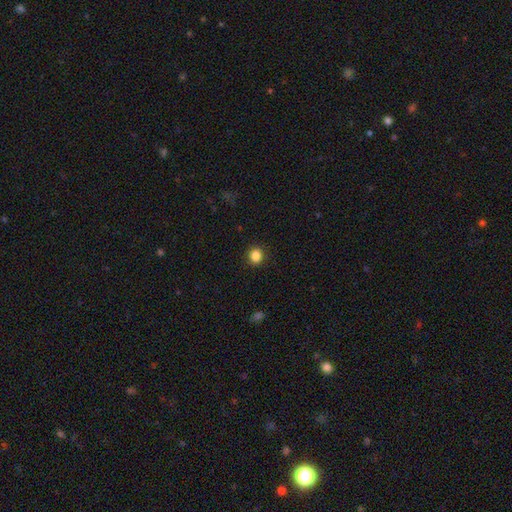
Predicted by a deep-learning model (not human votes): Q: Smooth or featured?
A: smooth (85%); runner-up: star or artifact (11%)
Q: How rounded?
A: round (80%); runner-up: in between (19%)
Q: Merging?
A: none (91%); runner-up: minor disturbance (6%)